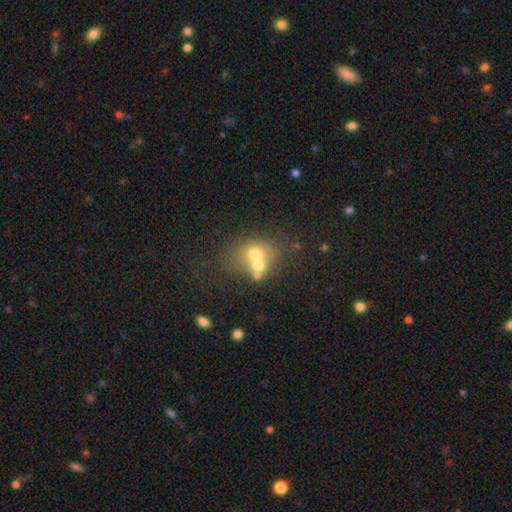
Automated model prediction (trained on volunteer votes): A smooth galaxy with no disk features (61%) that is round (63%).

Vote fractions:
- Smooth or featured? smooth: 61% / featured or disk: 25% / star or artifact: 15%
- How rounded? round: 63% / in between: 36% / cigar-shaped: 1%
- Merging? merger: 52% / none: 35% / minor disturbance: 9% / major disturbance: 5%